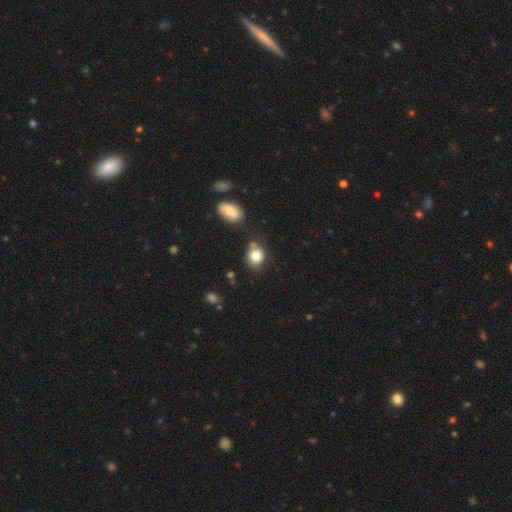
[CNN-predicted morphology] A smooth galaxy with no disk features (82%) that is round (55%).

Vote fractions:
- Smooth or featured? smooth: 82% / star or artifact: 10% / featured or disk: 8%
- How rounded? round: 55% / in between: 44% / cigar-shaped: 1%
- Merging? none: 67% / minor disturbance: 17% / merger: 12% / major disturbance: 4%